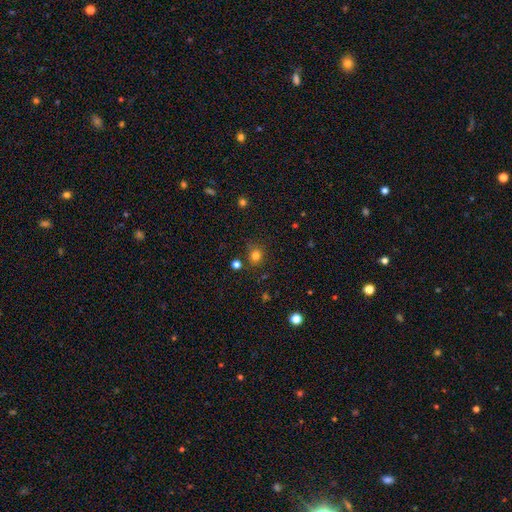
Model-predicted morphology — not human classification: This is likely a smooth galaxy (79%). How rounded: likely round (78%). Merging: likely none (77%).